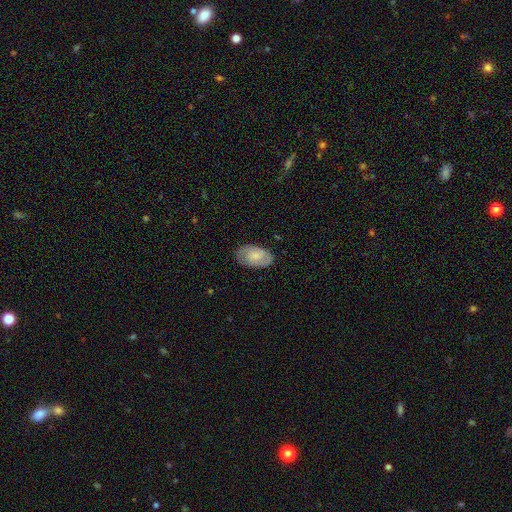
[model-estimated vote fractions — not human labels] Morphology: type=smooth (57%); roundness=in between (93%); merging=none (80%).